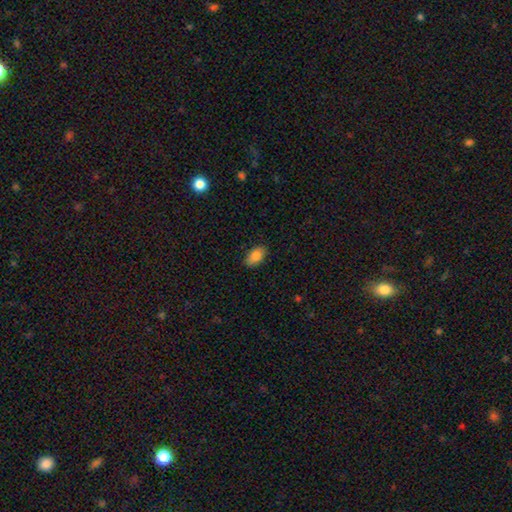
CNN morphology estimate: Overall: smooth (86%). How rounded: in between (92%). Merging: none (85%).